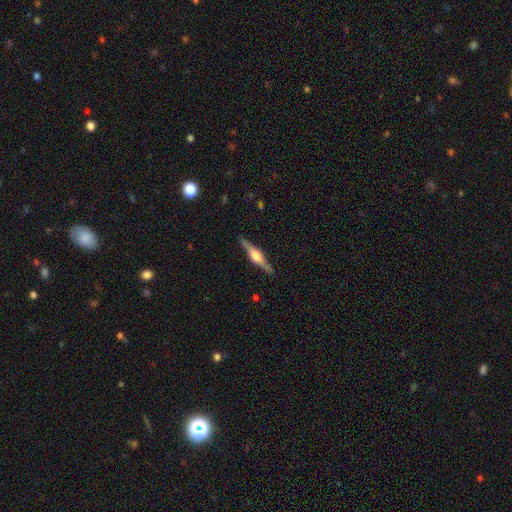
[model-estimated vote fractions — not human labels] A featured or disk galaxy (79%) viewed edge-on (98%) with a rounded central bulge (84%).

Vote fractions:
- Smooth or featured? featured or disk: 79% / smooth: 16% / star or artifact: 5%
- Edge-on disk? yes: 98% / no: 2%
- Edge-on bulge? rounded: 84% / boxy: 14% / none: 2%
- Merging? none: 89% / minor disturbance: 8% / major disturbance: 2% / merger: 1%